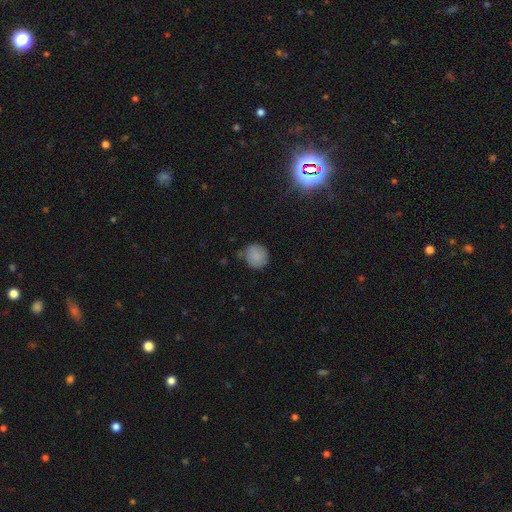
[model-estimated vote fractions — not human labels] smooth_or_featured: smooth (p=0.85) [alt: star or artifact p=0.09]
how_rounded: round (p=0.90) [alt: in between p=0.09]
merging: none (p=0.72) [alt: minor disturbance p=0.20]